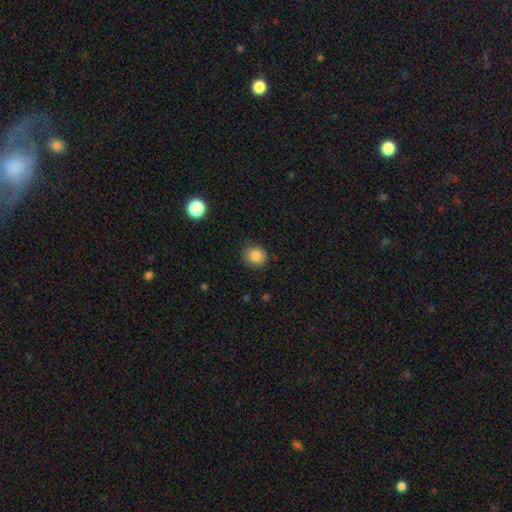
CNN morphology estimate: Smooth or featured?
  - smooth: 86% *
  - star or artifact: 9%
  - featured or disk: 5%
How rounded?
  - round: 84% *
  - in between: 15%
  - cigar-shaped: 1%
Merging?
  - none: 84% *
  - minor disturbance: 12%
  - major disturbance: 3%
  - merger: 1%